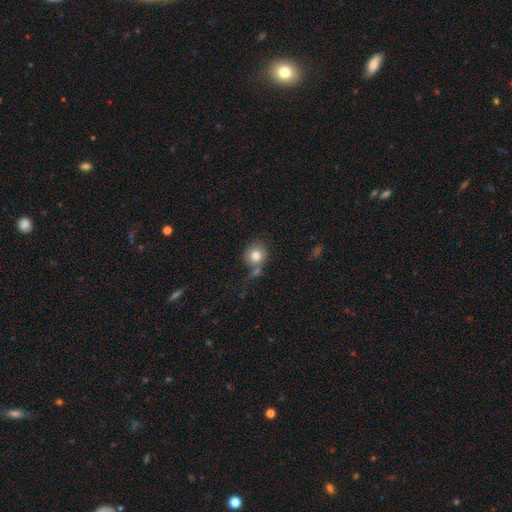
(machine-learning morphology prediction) Smooth or featured?
  - smooth: 82% *
  - featured or disk: 9%
  - star or artifact: 9%
How rounded?
  - round: 82% *
  - in between: 17%
  - cigar-shaped: 1%
Merging?
  - none: 55% *
  - merger: 21%
  - minor disturbance: 16%
  - major disturbance: 8%